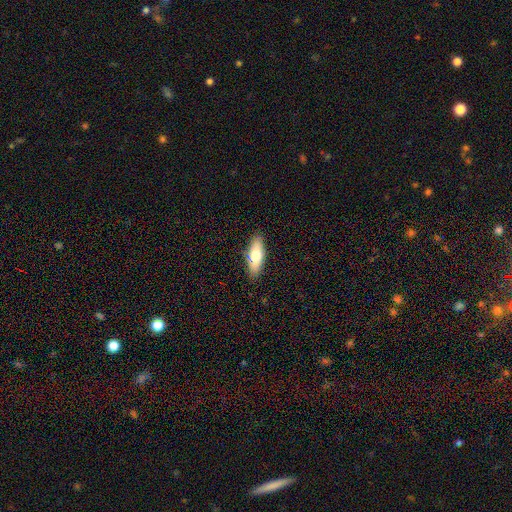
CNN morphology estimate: The model was most divided on "how rounded": in between: 65%, cigar-shaped: 32%, round: 2%. More confident: merging — none (86%); smooth or featured — smooth (69%).